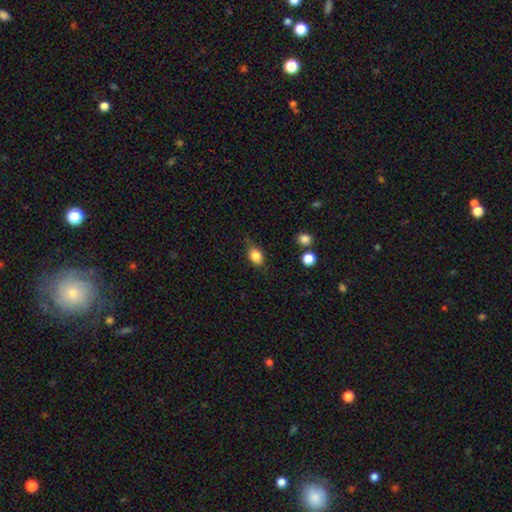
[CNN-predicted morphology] Smooth or featured?
  - smooth: 84% *
  - star or artifact: 9%
  - featured or disk: 7%
How rounded?
  - in between: 70% *
  - round: 28%
  - cigar-shaped: 2%
Merging?
  - none: 72% *
  - minor disturbance: 20%
  - major disturbance: 5%
  - merger: 2%